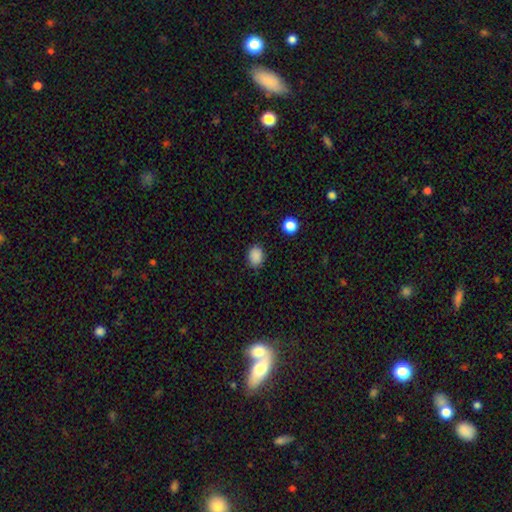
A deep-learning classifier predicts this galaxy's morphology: type=smooth (88%); roundness=in between (56%); merging=none (85%).